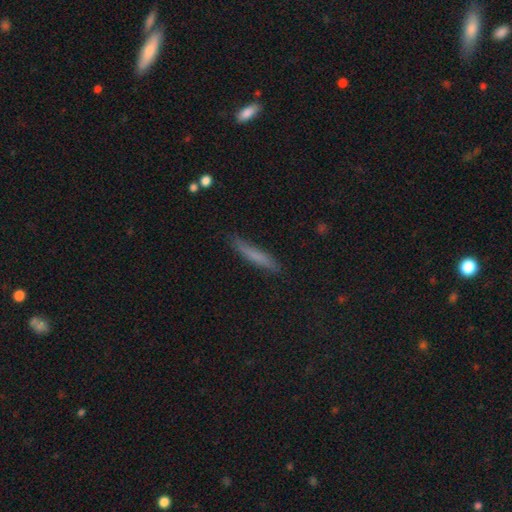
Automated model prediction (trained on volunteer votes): smooth-or-featured: smooth: 73% | featured or disk: 19% | star or artifact: 8%
  how-rounded: cigar-shaped: 93% | in between: 6% | round: 2%
  merging: none: 81% | minor disturbance: 15% | major disturbance: 3% | merger: 2%